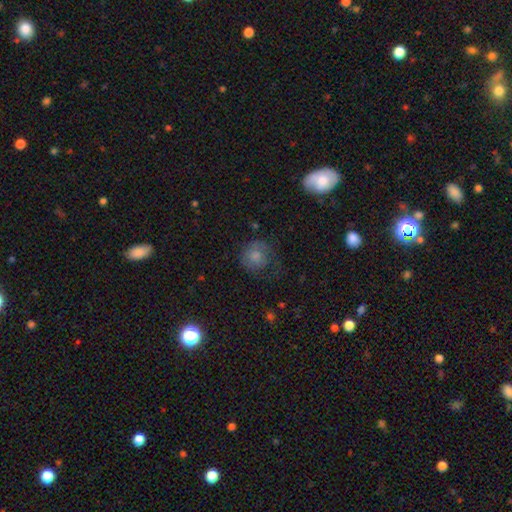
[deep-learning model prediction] Smooth or featured? Predicted: smooth (p=0.70). How rounded? Predicted: round (p=0.86). Merging? Predicted: none (p=0.50).